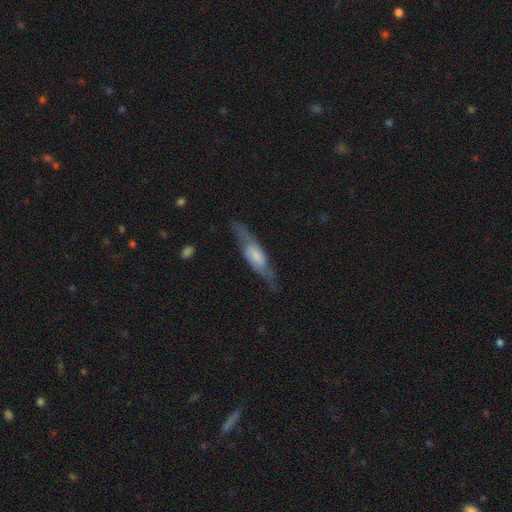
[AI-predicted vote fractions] This appears to be a featured or disk galaxy (57%) viewed edge-on (64%). Merging: none (72%).